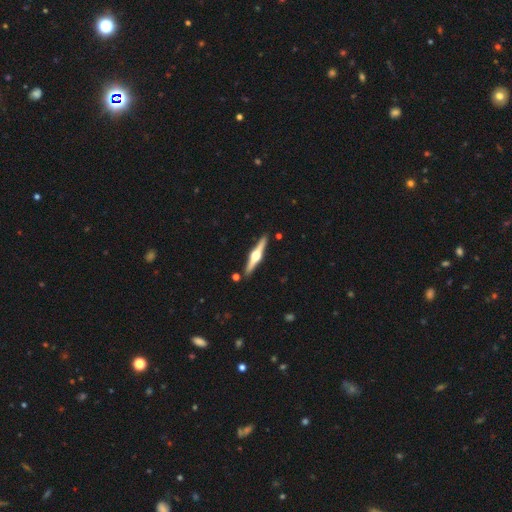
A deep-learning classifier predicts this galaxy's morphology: Smooth or featured: featured or disk — 81% (smooth — 14%)
Edge-on disk: yes — 98% (no — 2%)
Edge-on bulge: rounded — 96% (boxy — 3%)
Merging: none — 90% (minor disturbance — 7%)